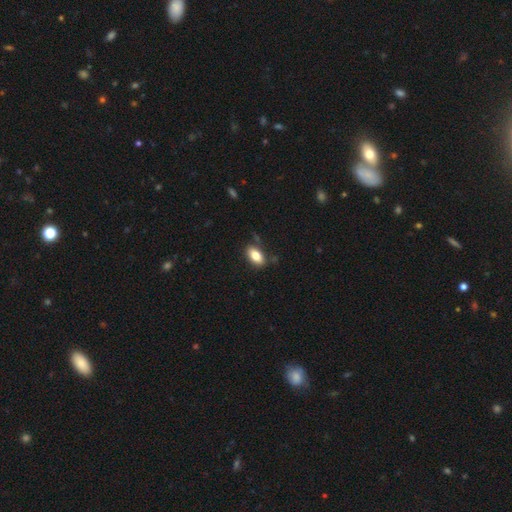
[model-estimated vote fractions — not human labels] smooth-or-featured: smooth: 81% | featured or disk: 11% | star or artifact: 8%
  how-rounded: in between: 91% | round: 6% | cigar-shaped: 4%
  merging: none: 80% | minor disturbance: 14% | major disturbance: 3% | merger: 3%